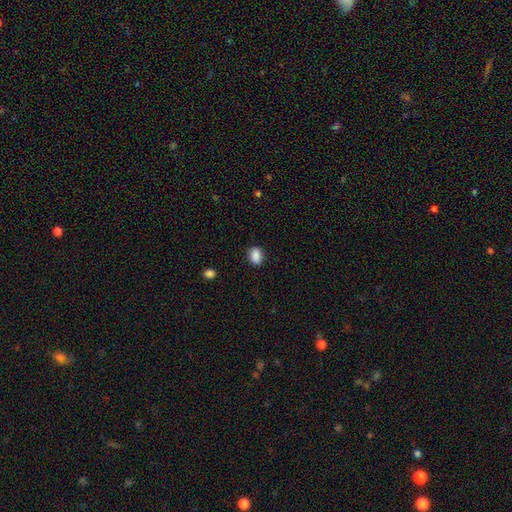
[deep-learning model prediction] Smooth or featured?
  - smooth: 88% *
  - star or artifact: 9%
  - featured or disk: 3%
How rounded?
  - in between: 75% *
  - round: 24%
  - cigar-shaped: 1%
Merging?
  - none: 84% *
  - minor disturbance: 11%
  - major disturbance: 3%
  - merger: 1%